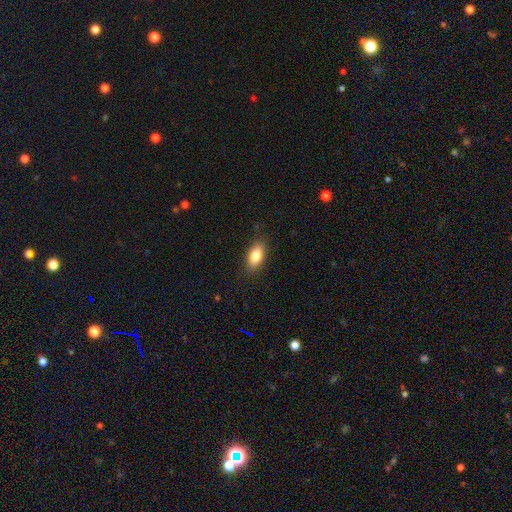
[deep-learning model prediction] Smooth or featured: smooth — 84% (featured or disk — 9%)
How rounded: in between — 88% (cigar-shaped — 8%)
Merging: none — 85% (minor disturbance — 12%)